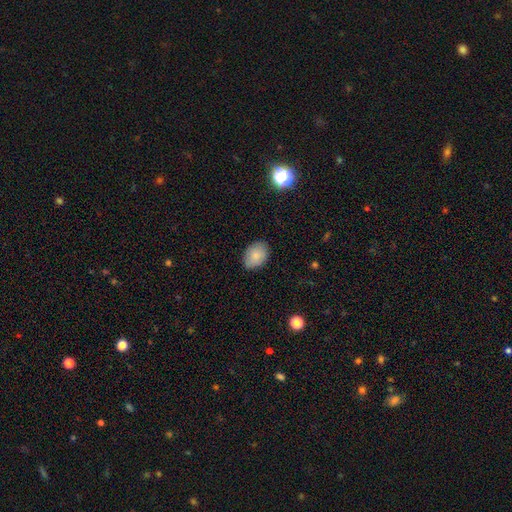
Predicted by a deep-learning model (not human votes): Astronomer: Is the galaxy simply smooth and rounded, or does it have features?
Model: smooth — 86%.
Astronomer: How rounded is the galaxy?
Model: in between — 80%.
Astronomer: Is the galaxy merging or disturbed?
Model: none — 84%.